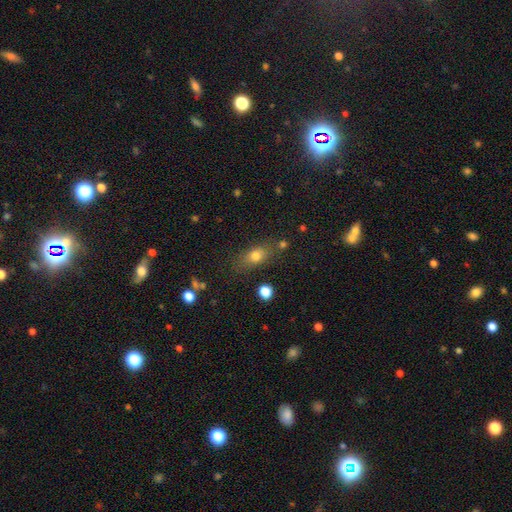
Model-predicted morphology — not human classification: This is likely a smooth galaxy (76%). How rounded: likely in between (70%). Merging: likely none (71%).